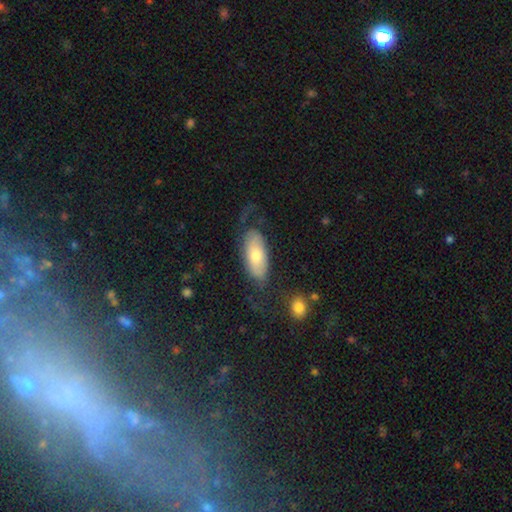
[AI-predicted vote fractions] A smooth galaxy with no disk features (59%) that is in between round and cigar-shaped (87%). Merging: none (58%).